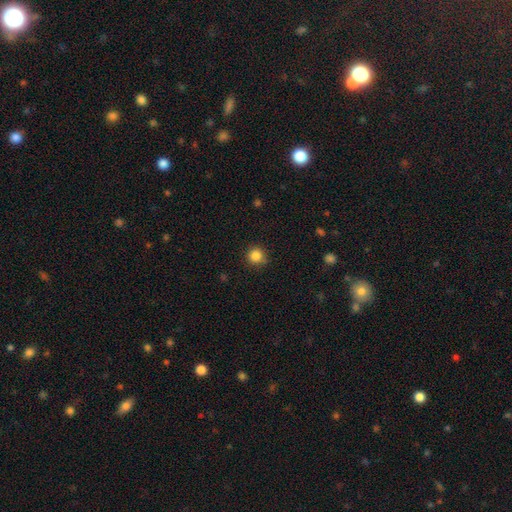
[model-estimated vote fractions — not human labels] A smooth galaxy with no disk features (85%) that is round (93%). Merging: none (85%).